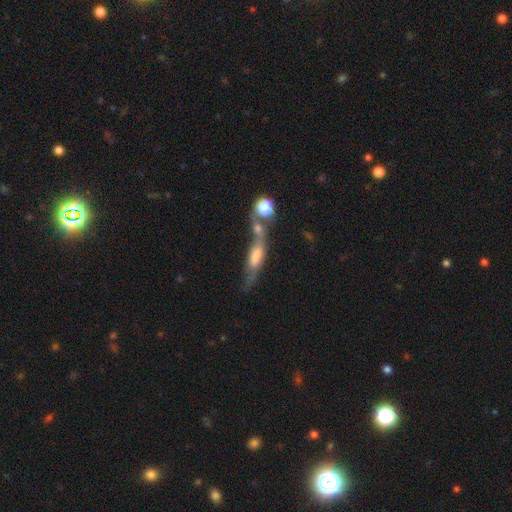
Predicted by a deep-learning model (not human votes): A featured or disk galaxy (55%) viewed edge-on (66%). Merging: none (39%).